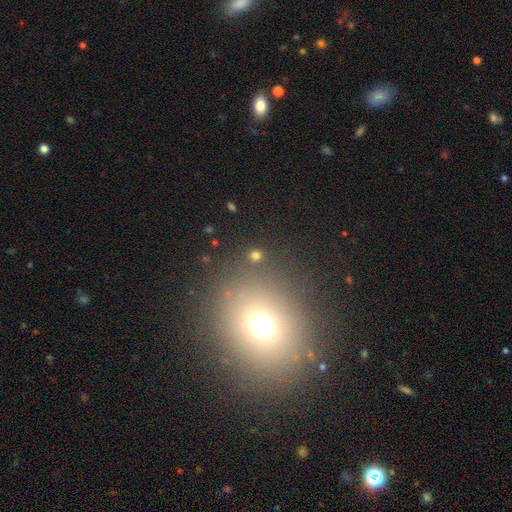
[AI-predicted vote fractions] smooth_or_featured: smooth (p=0.71) [alt: star or artifact p=0.23]
how_rounded: round (p=0.83) [alt: in between p=0.15]
merging: none (p=0.84) [alt: minor disturbance p=0.07]